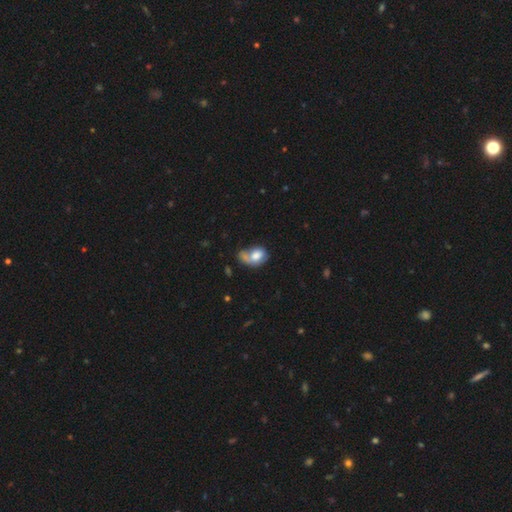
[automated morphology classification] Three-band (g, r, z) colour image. It shows a smooth galaxy with no disk features (66%) that is in between round and cigar-shaped (76%). Merging: major disturbance (27%, tied with none).